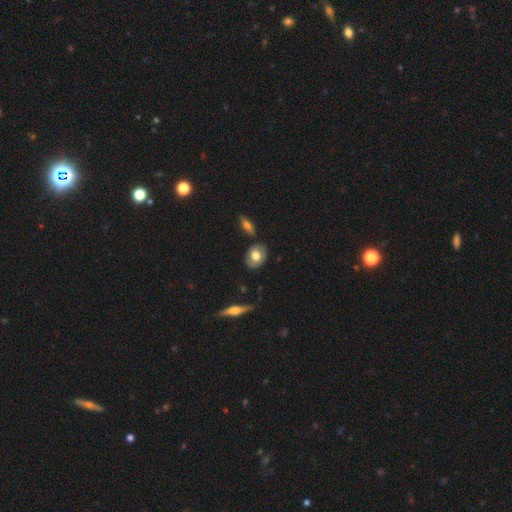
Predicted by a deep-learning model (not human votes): This appears to be a smooth galaxy with no disk features (63%) that is in between round and cigar-shaped (66%). Merging: none (81%).